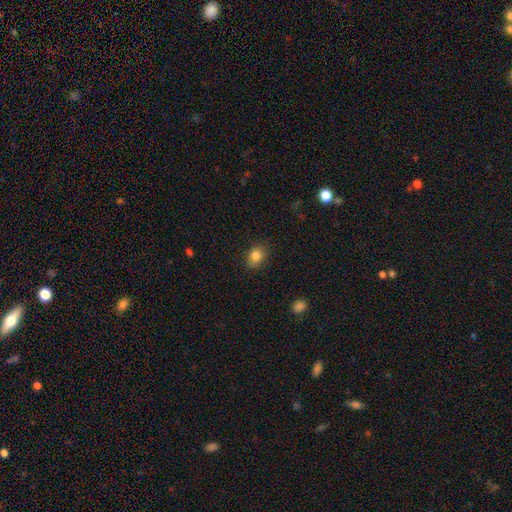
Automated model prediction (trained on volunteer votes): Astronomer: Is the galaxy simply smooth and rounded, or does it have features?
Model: smooth — 83%.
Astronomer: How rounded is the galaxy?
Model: in between — 55% (runner-up: round, 44%).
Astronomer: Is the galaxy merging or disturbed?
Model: none — 85%.